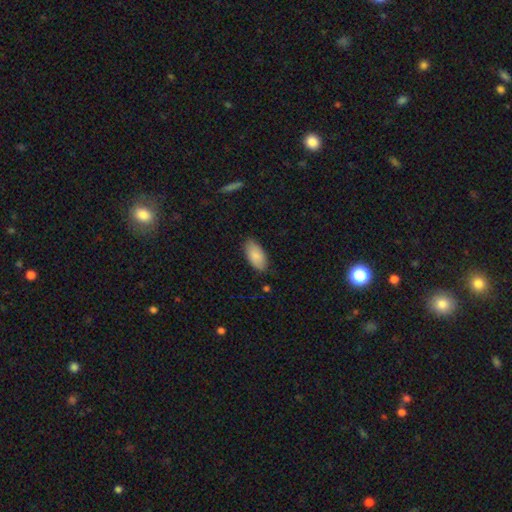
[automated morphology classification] This appears to be a smooth galaxy with no disk features (86%) that is in between round and cigar-shaped (93%). Merging: none (79%).